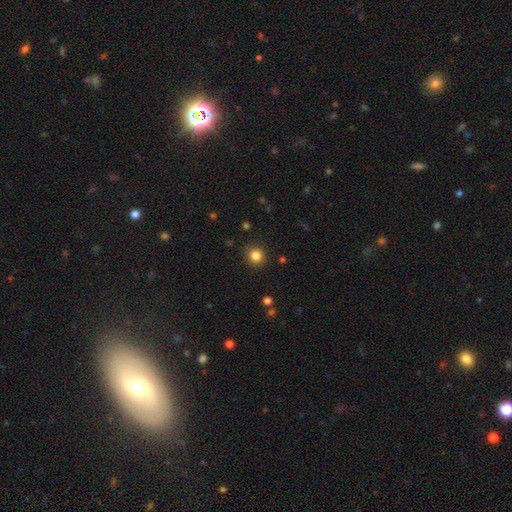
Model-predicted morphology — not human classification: Smooth or featured: smooth — 84% (star or artifact — 12%)
How rounded: round — 92% (in between — 7%)
Merging: none — 89% (minor disturbance — 7%)